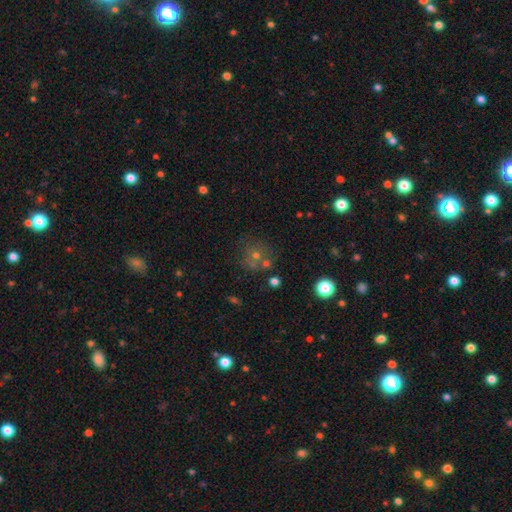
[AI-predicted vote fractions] smooth-or-featured: smooth: 52% | star or artifact: 32% | featured or disk: 16%
  how-rounded: round: 90% | in between: 9% | cigar-shaped: 1%
  merging: none: 69% | merger: 14% | minor disturbance: 11% | major disturbance: 6%